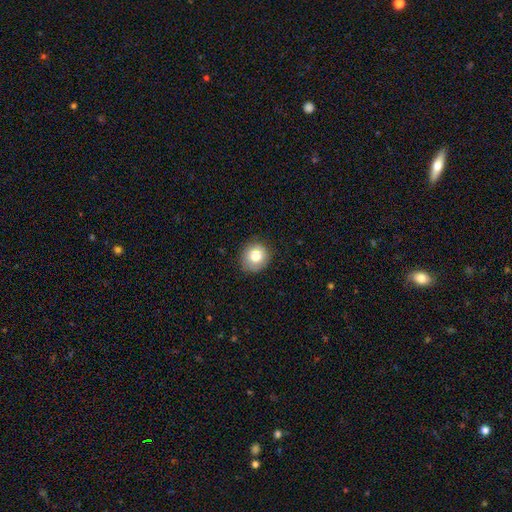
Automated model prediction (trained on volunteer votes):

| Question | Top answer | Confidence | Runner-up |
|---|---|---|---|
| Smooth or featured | smooth | 80% | featured or disk (10%) |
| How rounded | round | 86% | in between (13%) |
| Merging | none | 85% | minor disturbance (11%) |